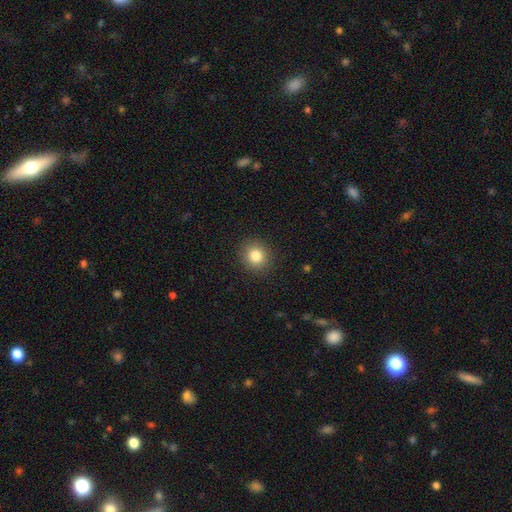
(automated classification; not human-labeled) Smooth or featured: smooth — 83% (star or artifact — 11%)
How rounded: round — 84% (in between — 15%)
Merging: none — 91% (minor disturbance — 6%)